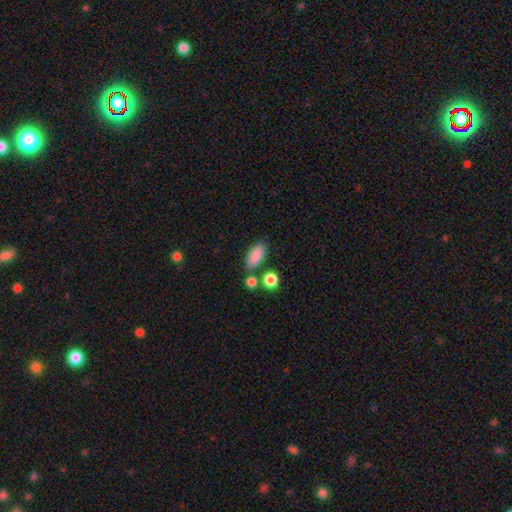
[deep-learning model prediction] Overall: smooth (87%). How rounded: in between (85%). Merging: none (73%).